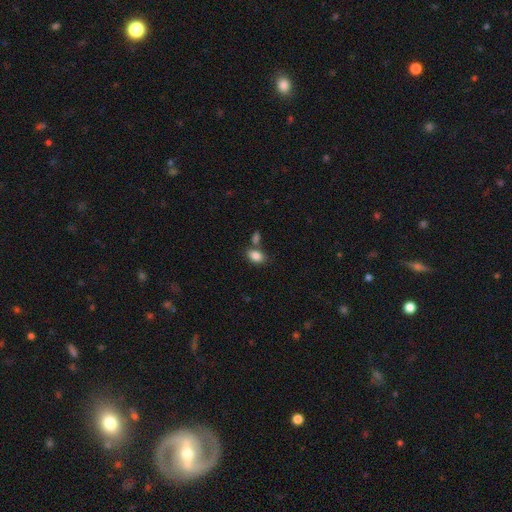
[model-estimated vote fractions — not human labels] Overall: smooth (86%). How rounded: in between (83%). Merging: none (57%; merger 25%).